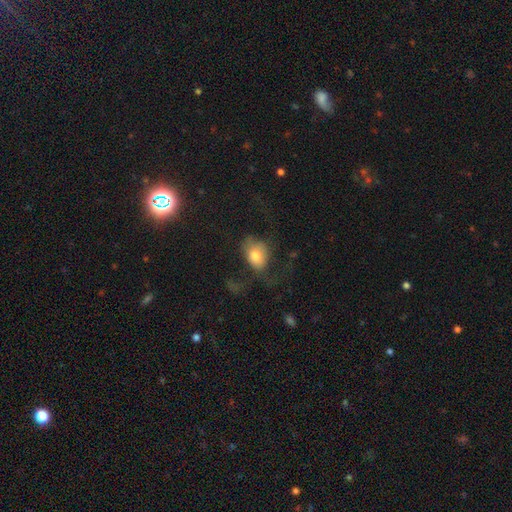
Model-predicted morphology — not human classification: smooth_or_featured: smooth (p=0.73) [alt: featured or disk p=0.17]
how_rounded: in between (p=0.68) [alt: round p=0.30]
merging: major disturbance (p=0.46) [alt: none p=0.31]